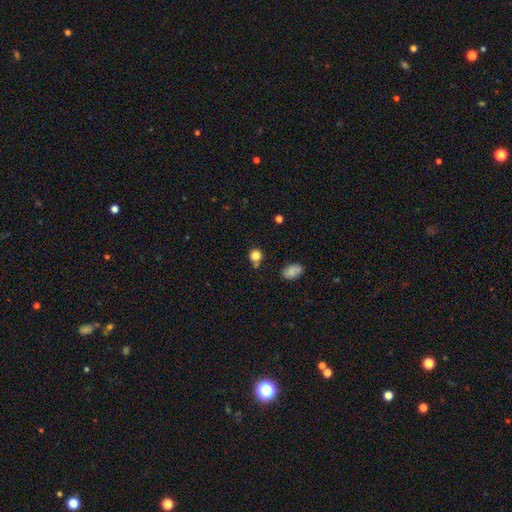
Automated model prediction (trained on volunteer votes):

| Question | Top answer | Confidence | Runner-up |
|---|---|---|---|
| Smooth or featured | smooth | 82% | star or artifact (12%) |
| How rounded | round | 85% | in between (14%) |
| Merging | none | 69% | minor disturbance (17%) |